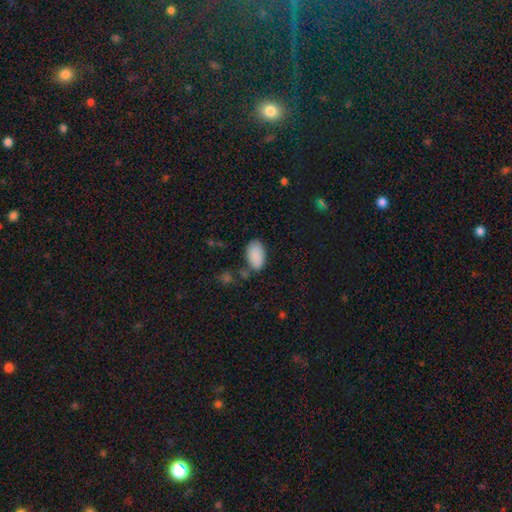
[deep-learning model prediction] A smooth galaxy with no disk features (88%) that is in between round and cigar-shaped (94%).

Vote fractions:
- Smooth or featured? smooth: 88% / star or artifact: 8% / featured or disk: 4%
- How rounded? in between: 94% / round: 4% / cigar-shaped: 1%
- Merging? none: 70% / minor disturbance: 18% / merger: 7% / major disturbance: 5%